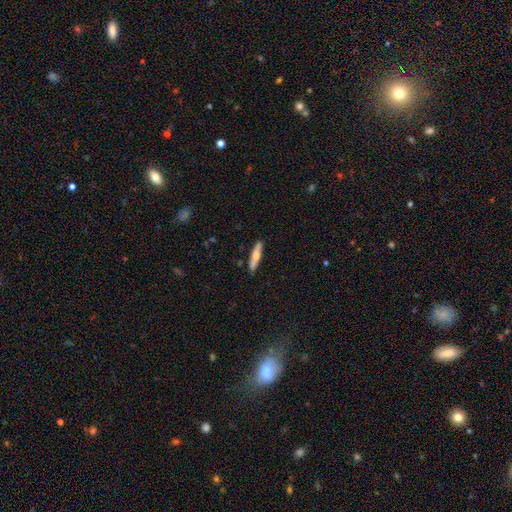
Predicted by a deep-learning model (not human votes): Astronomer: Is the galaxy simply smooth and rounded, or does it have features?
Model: smooth — 60%.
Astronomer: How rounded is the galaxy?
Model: cigar-shaped — 84%.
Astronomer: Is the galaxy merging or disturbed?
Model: none — 88%.